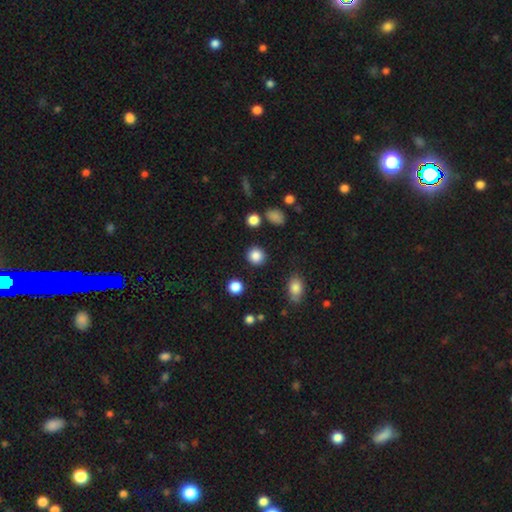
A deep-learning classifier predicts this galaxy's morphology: smooth_or_featured: smooth (p=0.86) [alt: star or artifact p=0.10]
how_rounded: round (p=0.90) [alt: in between p=0.09]
merging: none (p=0.90) [alt: minor disturbance p=0.06]